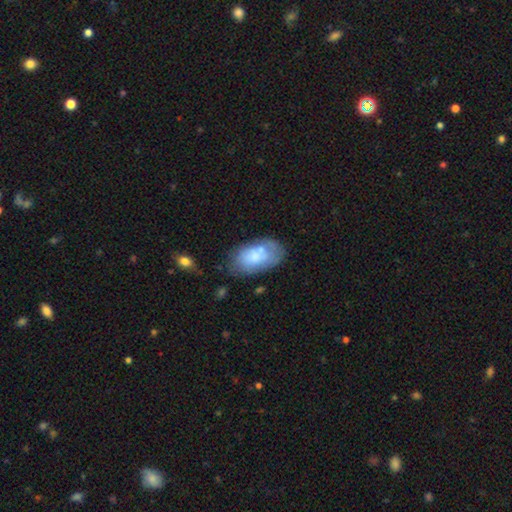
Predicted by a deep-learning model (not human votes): This is likely a smooth galaxy (68%). How rounded: clearly in between (94%). Merging: possibly none (57%).